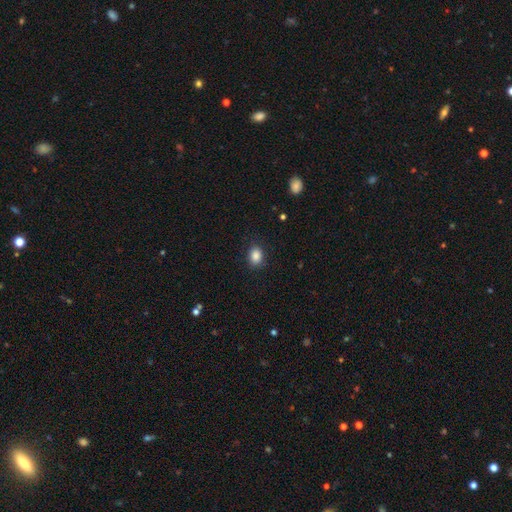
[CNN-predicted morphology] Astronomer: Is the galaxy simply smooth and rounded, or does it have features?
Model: smooth — 87%.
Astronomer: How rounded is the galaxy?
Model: in between — 66%.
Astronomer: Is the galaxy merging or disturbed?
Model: none — 86%.